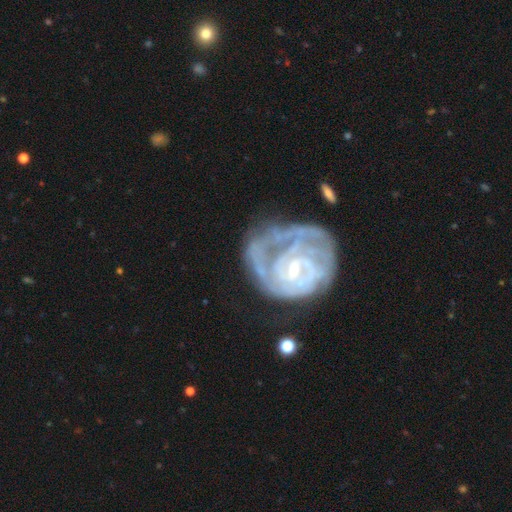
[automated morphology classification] Smooth or featured? featured or disk (85%)
Edge-on disk? no (98%)
Bar? no (48%)
Spiral arms? yes (90%)
Spiral winding? tight (64%)
Spiral arm count? can't tell (33%)
Bulge size? small (73%)
Merging? none (38%)